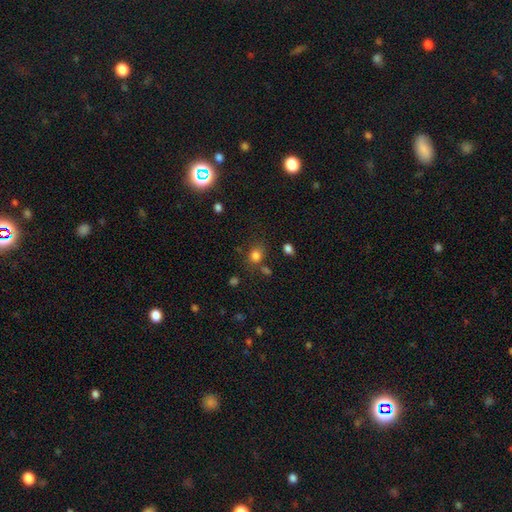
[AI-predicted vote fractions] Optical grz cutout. It shows a smooth galaxy with no disk features (80%) that is round (59%). Merging: none (68%).